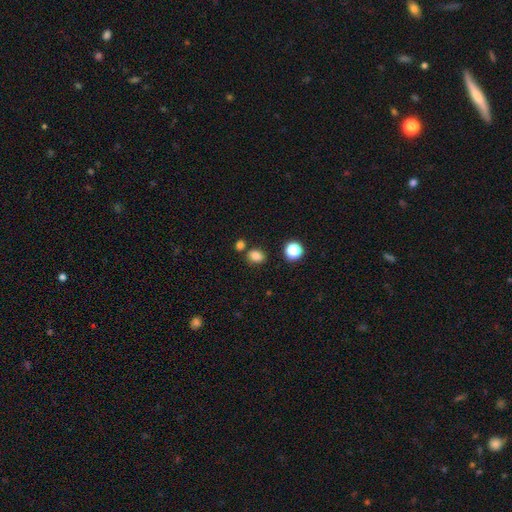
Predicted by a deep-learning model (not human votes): This is clearly a smooth galaxy (82%). How rounded: possibly in between (52%). Merging: likely none (74%).